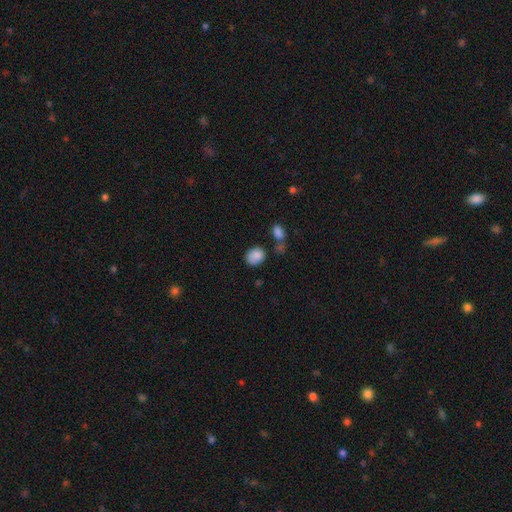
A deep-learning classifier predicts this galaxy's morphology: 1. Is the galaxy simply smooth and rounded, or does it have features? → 86% smooth, 8% star or artifact, 5% featured or disk.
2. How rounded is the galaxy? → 50% round, 49% in between, 1% cigar-shaped.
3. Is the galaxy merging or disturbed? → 62% none, 17% minor disturbance, 14% merger, 6% major disturbance.